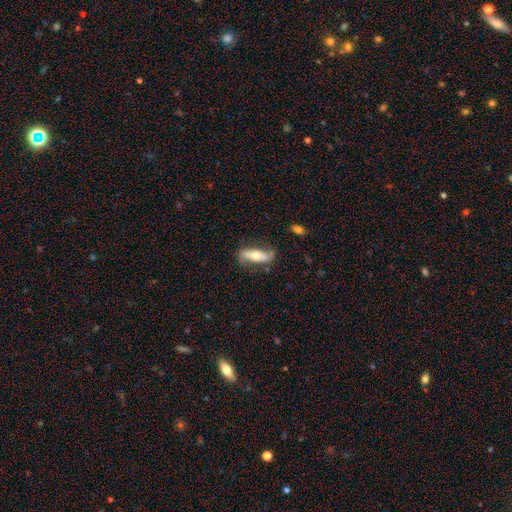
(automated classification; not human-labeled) This is possibly a featured or disk galaxy (48%). Merging: likely none (73%).